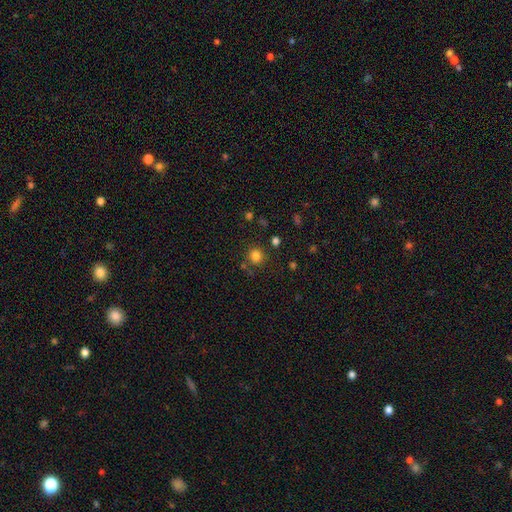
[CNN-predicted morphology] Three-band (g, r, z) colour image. It shows a smooth galaxy with no disk features (81%) that is round (90%). Merging: none (81%).